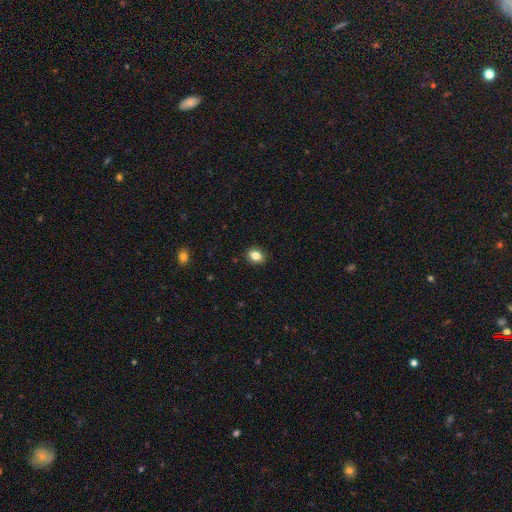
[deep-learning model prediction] This is clearly a smooth galaxy (83%). How rounded: possibly in between (55%). Merging: clearly none (89%).